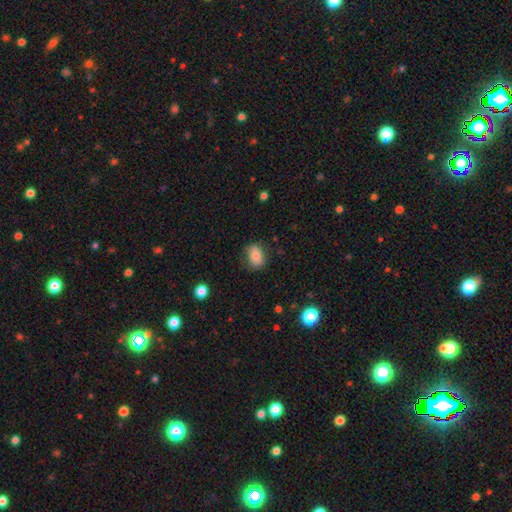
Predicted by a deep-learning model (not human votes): This appears to be a smooth galaxy with no disk features (81%) that is in between round and cigar-shaped (71%). Merging: none (74%).